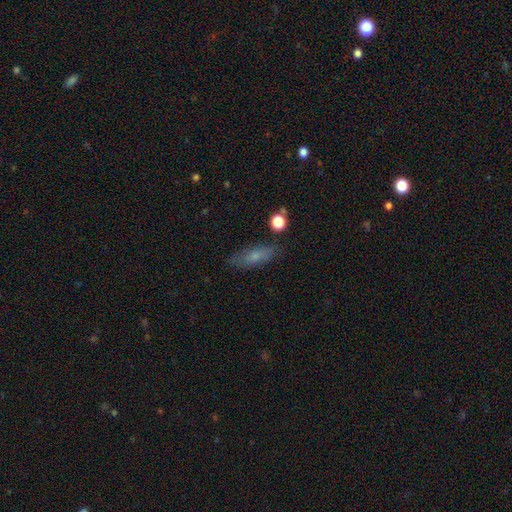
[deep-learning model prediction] smooth-or-featured: smooth: 64% | featured or disk: 25% | star or artifact: 10%
  how-rounded: in between: 54% | cigar-shaped: 42% | round: 5%
  merging: none: 79% | minor disturbance: 15% | major disturbance: 4% | merger: 2%